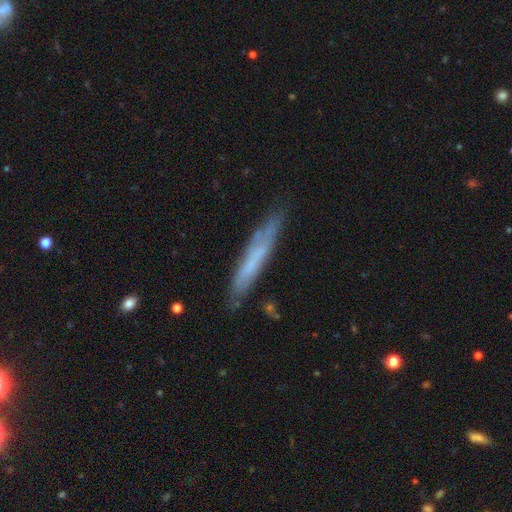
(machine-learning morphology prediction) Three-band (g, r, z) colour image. It shows a smooth galaxy with no disk features (48%). Merging: none (78%).